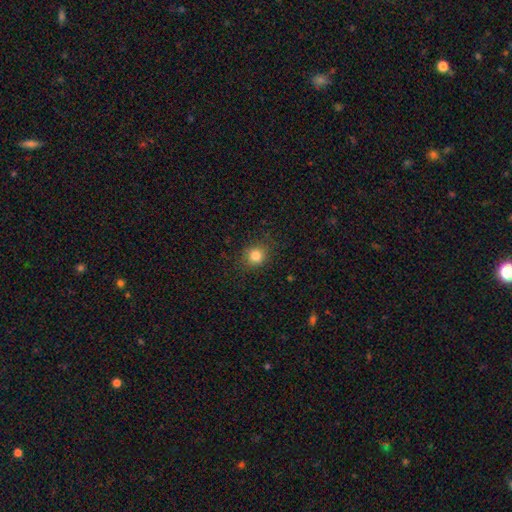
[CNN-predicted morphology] smooth_or_featured: smooth (p=0.83) [alt: star or artifact p=0.12]
how_rounded: round (p=0.81) [alt: in between p=0.18]
merging: none (p=0.86) [alt: minor disturbance p=0.09]